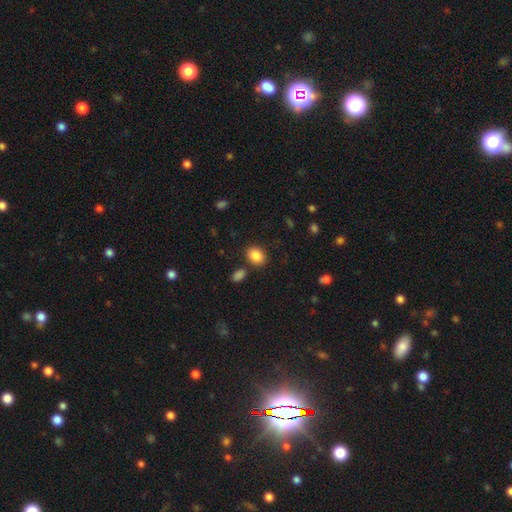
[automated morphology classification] Smooth or featured: smooth — 87% (star or artifact — 8%)
How rounded: in between — 64% (round — 35%)
Merging: none — 80% (minor disturbance — 10%)